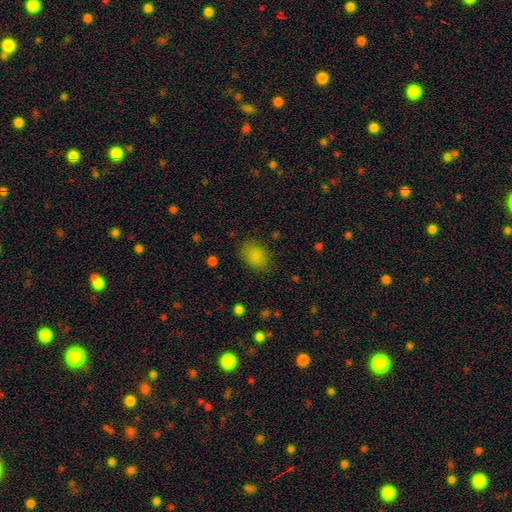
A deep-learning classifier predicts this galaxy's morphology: smooth-or-featured: smooth: 84% | star or artifact: 11% | featured or disk: 5%
  how-rounded: in between: 72% | round: 27% | cigar-shaped: 1%
  merging: none: 79% | minor disturbance: 15% | major disturbance: 5% | merger: 1%